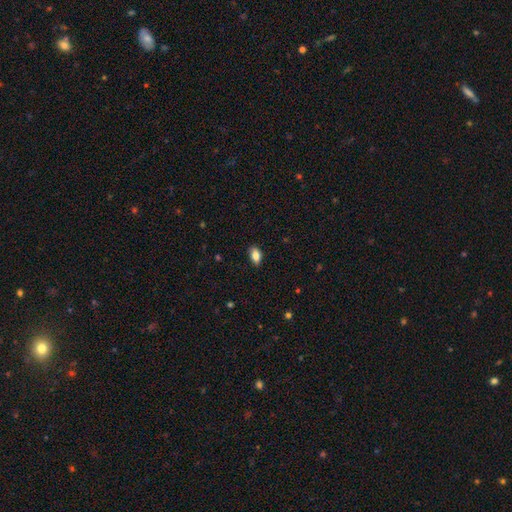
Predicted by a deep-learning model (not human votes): The model was most divided on "merging": none: 84%, minor disturbance: 12%, major disturbance: 2%, merger: 1%. More confident: how rounded — in between (89%); smooth or featured — smooth (83%).